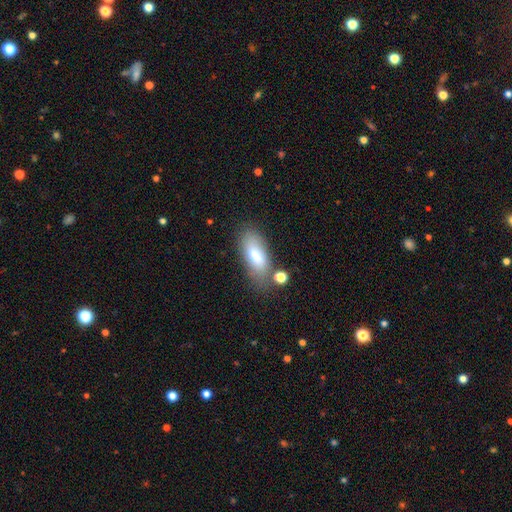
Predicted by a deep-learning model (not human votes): Overall: smooth (76%). How rounded: in between (80%). Merging: none (66%).